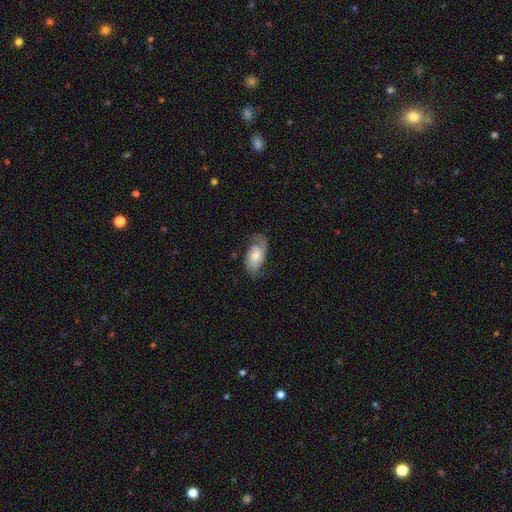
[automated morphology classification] Overall: featured or disk (58%; smooth 35%). Edge-on disk: no (94%). Bar: no (70%). Spiral arms: yes (88%). Bulge size: moderate (57%; small 27%). Merging: none (64%).